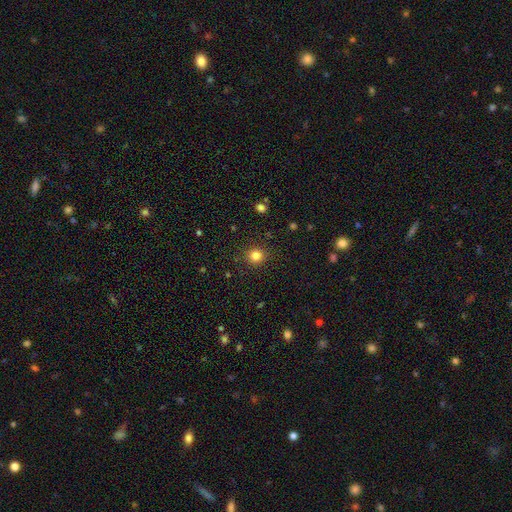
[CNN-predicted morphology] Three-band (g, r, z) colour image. It shows a smooth galaxy with no disk features (82%) that is round (90%). Merging: none (90%).